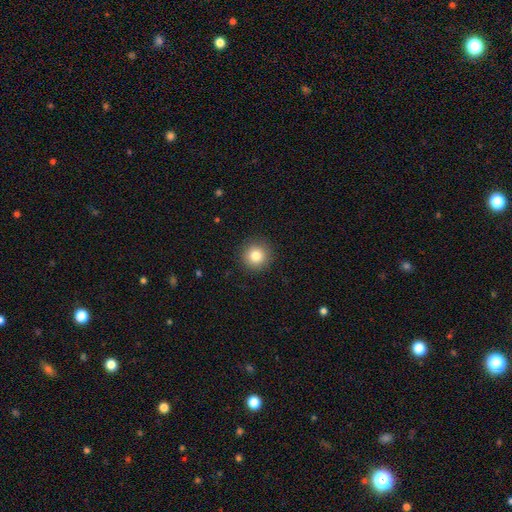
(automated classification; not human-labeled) Smooth or featured? smooth (81%)
How rounded? round (95%)
Merging? none (91%)